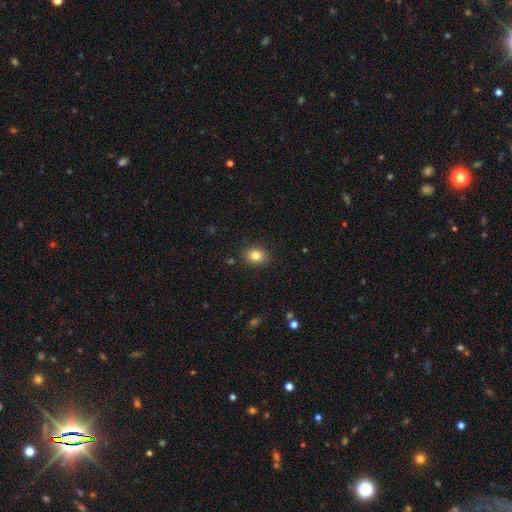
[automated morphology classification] A smooth galaxy with no disk features (82%) that is in between round and cigar-shaped (50%). Merging: none (88%).